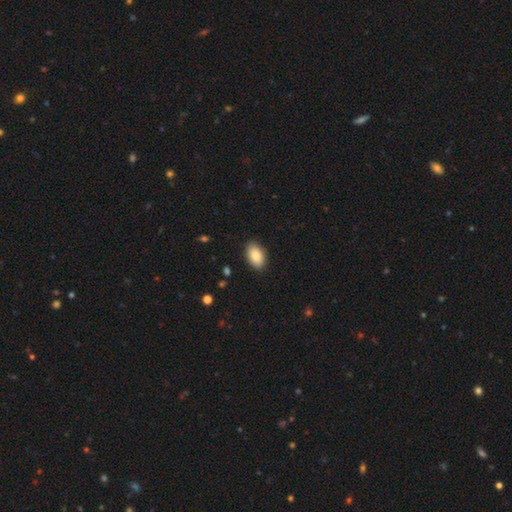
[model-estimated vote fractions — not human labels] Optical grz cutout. It shows a smooth galaxy with no disk features (87%) that is in between round and cigar-shaped (93%). Merging: none (89%).